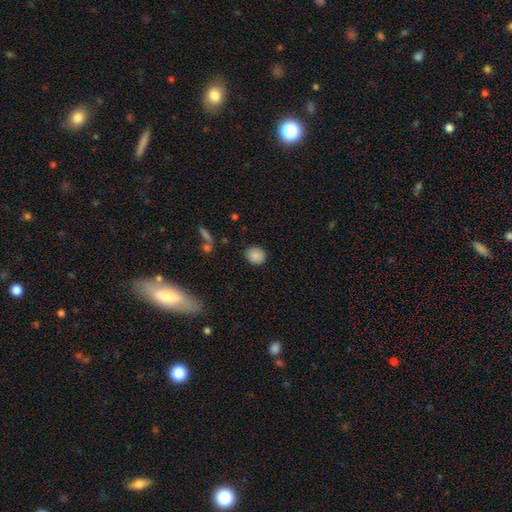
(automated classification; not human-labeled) Smooth or featured?
  - smooth: 86% *
  - star or artifact: 9%
  - featured or disk: 5%
How rounded?
  - round: 71% *
  - in between: 28%
  - cigar-shaped: 1%
Merging?
  - none: 87% *
  - minor disturbance: 9%
  - major disturbance: 3%
  - merger: 2%